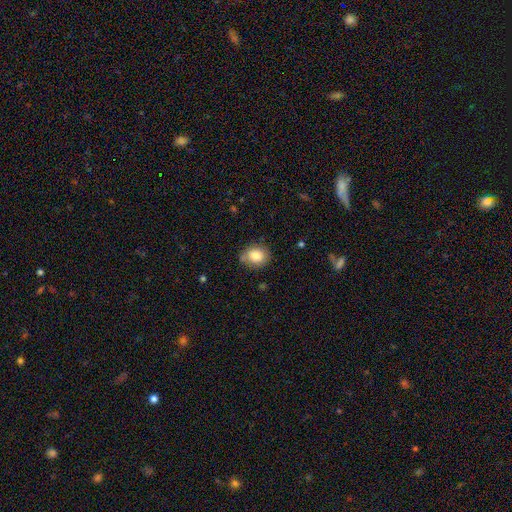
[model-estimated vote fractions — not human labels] Q: Smooth or featured?
A: smooth (81%); runner-up: featured or disk (10%)
Q: How rounded?
A: round (61%); runner-up: in between (38%)
Q: Merging?
A: none (71%); runner-up: minor disturbance (20%)